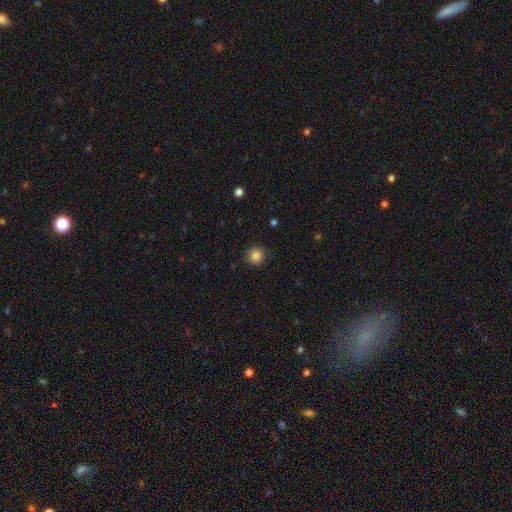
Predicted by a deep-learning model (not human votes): A smooth galaxy with no disk features (85%) that is round (89%).

Vote fractions:
- Smooth or featured? smooth: 85% / star or artifact: 11% / featured or disk: 4%
- How rounded? round: 89% / in between: 10% / cigar-shaped: 1%
- Merging? none: 89% / minor disturbance: 8% / major disturbance: 2% / merger: 1%